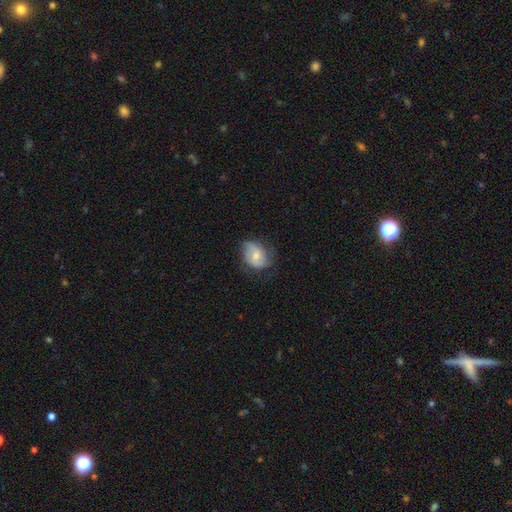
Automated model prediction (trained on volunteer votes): Morphology: type=smooth (47%); merging=none (56%).